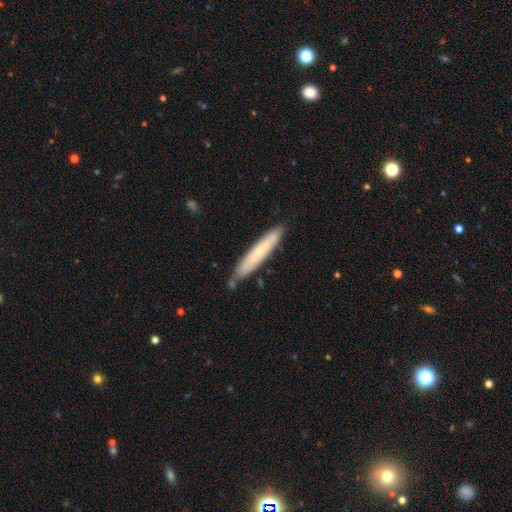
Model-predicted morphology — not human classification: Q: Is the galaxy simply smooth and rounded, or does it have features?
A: smooth — 63%.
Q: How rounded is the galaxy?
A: cigar-shaped — 93%.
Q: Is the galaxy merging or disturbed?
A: none — 84%.